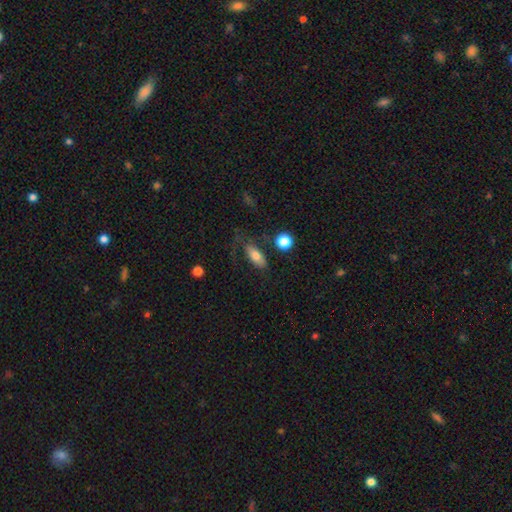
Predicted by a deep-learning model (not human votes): Morphology: type=smooth (77%); roundness=in between (81%); merging=none (58%).